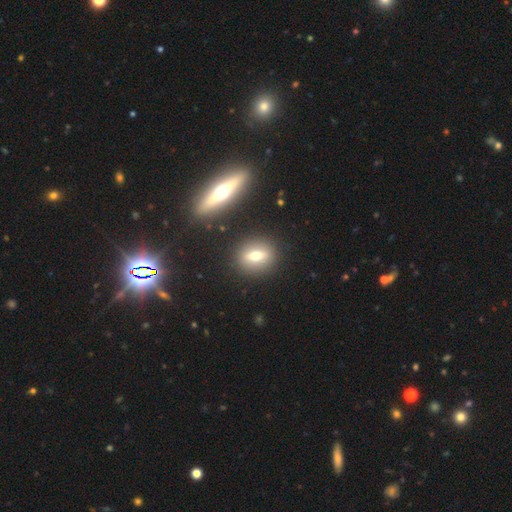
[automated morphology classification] This appears to be a smooth galaxy with no disk features (59%) that is in between round and cigar-shaped (52%). Merging: none (86%).